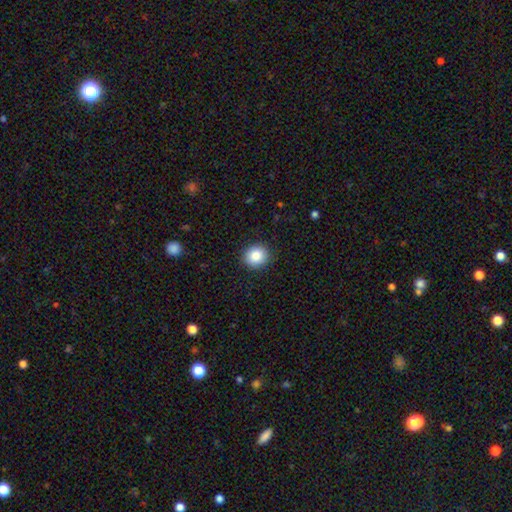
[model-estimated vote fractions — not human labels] Smooth or featured?
  - smooth: 86% *
  - star or artifact: 9%
  - featured or disk: 5%
How rounded?
  - round: 84% *
  - in between: 15%
  - cigar-shaped: 1%
Merging?
  - none: 91% *
  - minor disturbance: 6%
  - major disturbance: 2%
  - merger: 1%